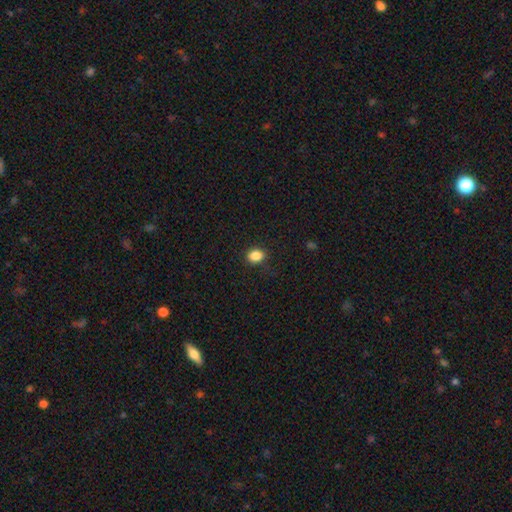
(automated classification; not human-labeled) smooth-or-featured: smooth: 86% | star or artifact: 10% | featured or disk: 4%
  how-rounded: in between: 55% | round: 44% | cigar-shaped: 1%
  merging: none: 85% | minor disturbance: 11% | major disturbance: 3% | merger: 1%